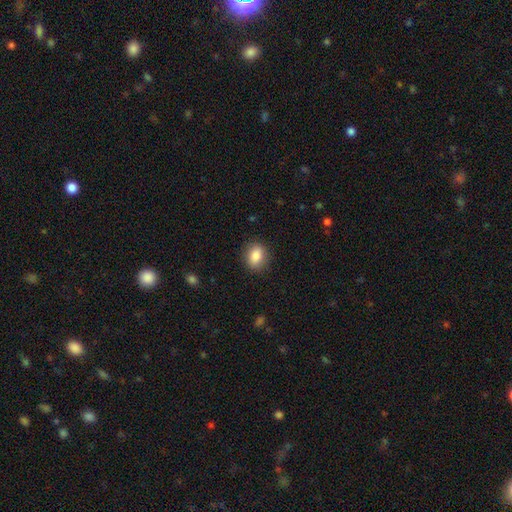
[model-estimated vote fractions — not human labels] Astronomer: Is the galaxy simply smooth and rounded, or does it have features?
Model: smooth — 86%.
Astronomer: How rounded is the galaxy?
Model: in between — 62% (runner-up: round, 37%).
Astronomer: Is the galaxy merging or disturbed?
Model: none — 87%.